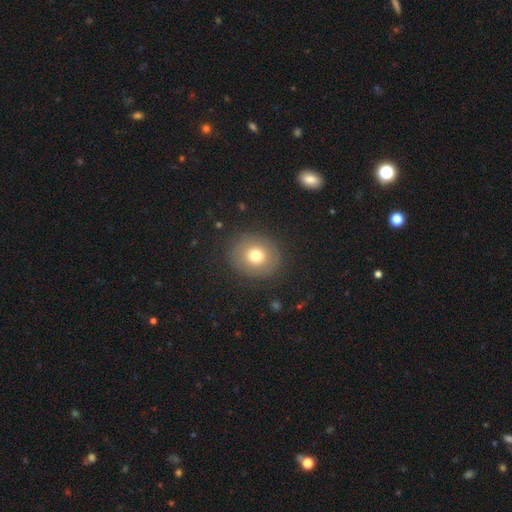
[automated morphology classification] A smooth galaxy with no disk features (72%) that is round (82%).

Vote fractions:
- Smooth or featured? smooth: 72% / featured or disk: 17% / star or artifact: 11%
- How rounded? round: 82% / in between: 17% / cigar-shaped: 1%
- Merging? none: 86% / minor disturbance: 8% / major disturbance: 4% / merger: 1%